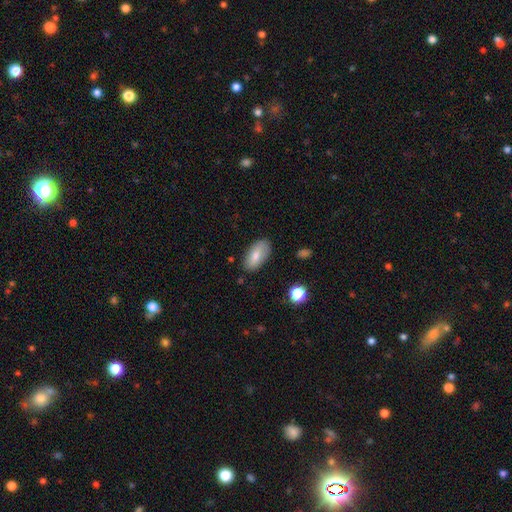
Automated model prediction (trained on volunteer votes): Q: Smooth or featured?
A: smooth (74%); runner-up: featured or disk (19%)
Q: How rounded?
A: in between (92%); runner-up: cigar-shaped (5%)
Q: Merging?
A: none (83%); runner-up: minor disturbance (13%)